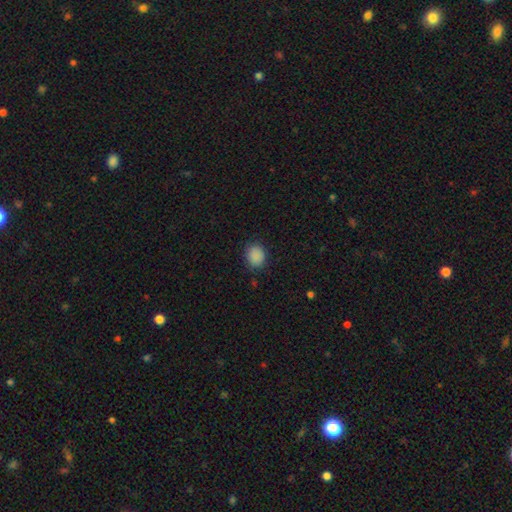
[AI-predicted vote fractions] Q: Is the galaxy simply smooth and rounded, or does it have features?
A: smooth — 88%.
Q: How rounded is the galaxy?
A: round — 64%.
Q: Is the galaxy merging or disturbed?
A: none — 85%.